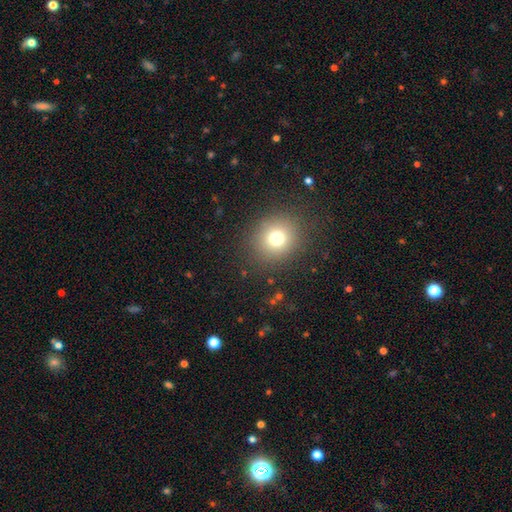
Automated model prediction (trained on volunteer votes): Smooth or featured: smooth — 65% (star or artifact — 28%)
How rounded: round — 83% (in between — 16%)
Merging: none — 91% (minor disturbance — 6%)